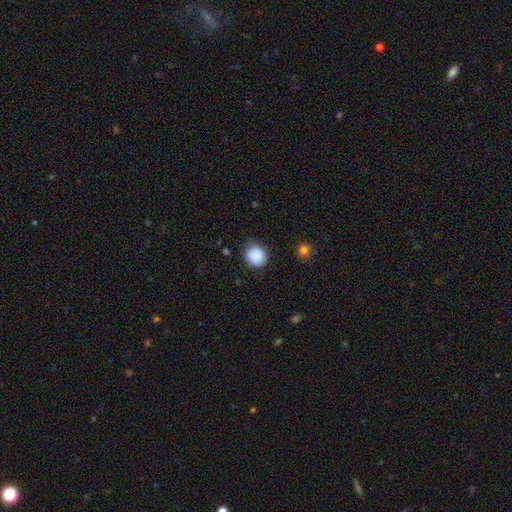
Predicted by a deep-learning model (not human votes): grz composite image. It shows a smooth galaxy with no disk features (89%) that is round (82%). Merging: none (82%).